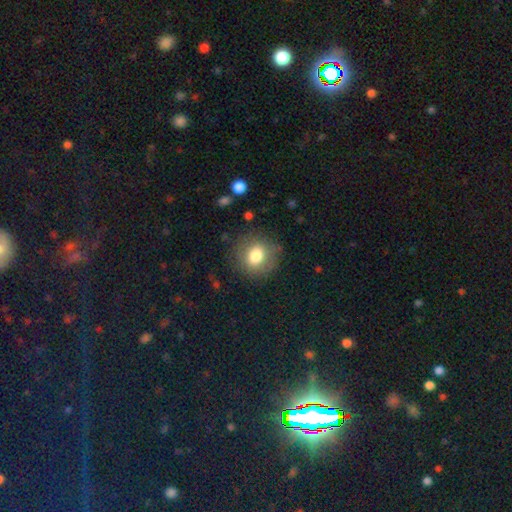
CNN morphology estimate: Q: Smooth or featured?
A: smooth (78%); runner-up: featured or disk (13%)
Q: How rounded?
A: round (80%); runner-up: in between (19%)
Q: Merging?
A: none (80%); runner-up: minor disturbance (13%)